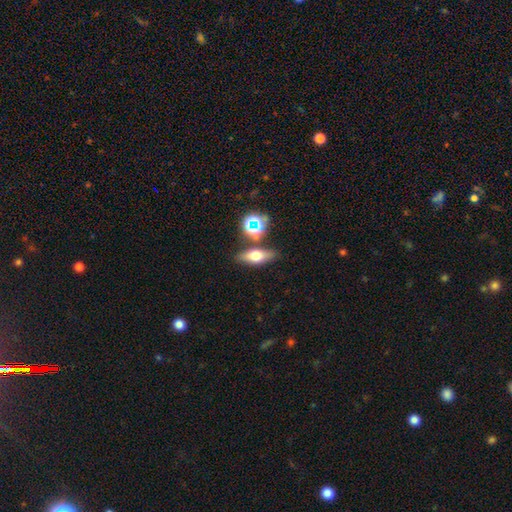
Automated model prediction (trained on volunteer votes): Morphology: type=smooth (54%); roundness=in between (60%); merging=none (75%).